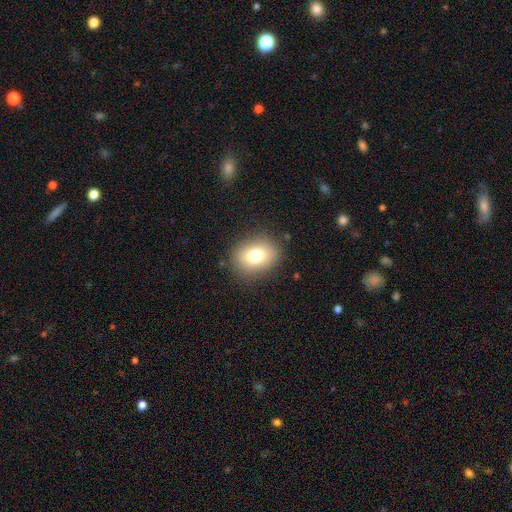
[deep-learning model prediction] smooth 76%, featured or disk 13%, star or artifact 11%. Down the decision tree: how rounded — in between (54%); merging — none (85%).